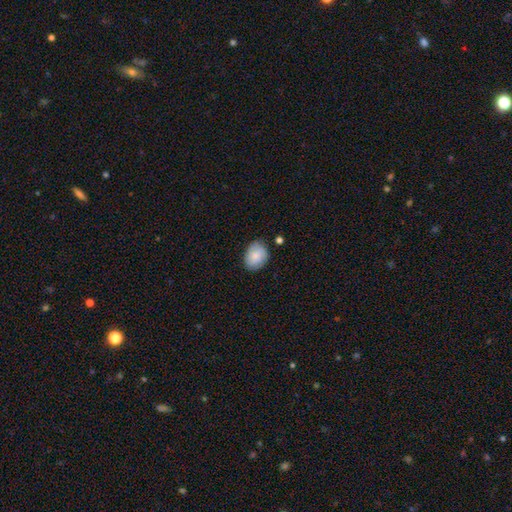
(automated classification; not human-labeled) This appears to be a smooth galaxy with no disk features (79%) that is in between round and cigar-shaped (66%). Merging: none (78%).